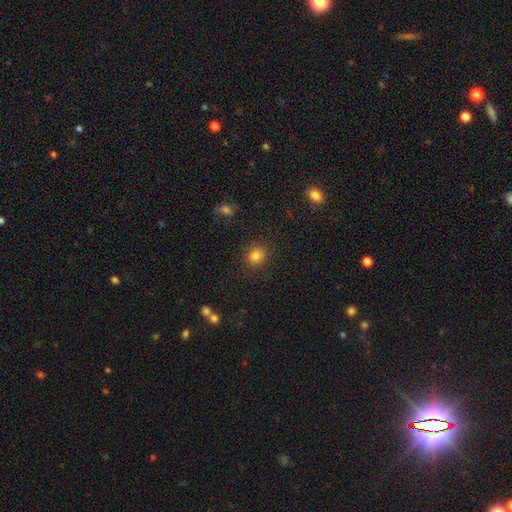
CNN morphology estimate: This appears to be a smooth galaxy with no disk features (82%) that is round (78%). Merging: none (88%).